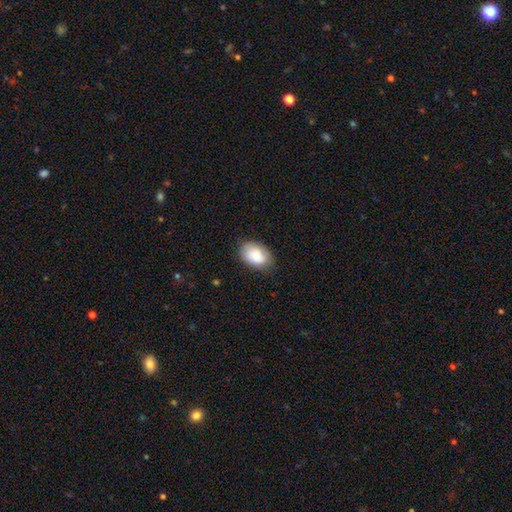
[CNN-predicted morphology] smooth_or_featured: smooth (p=0.87) [alt: featured or disk p=0.07]
how_rounded: in between (p=0.89) [alt: round p=0.10]
merging: none (p=0.80) [alt: minor disturbance p=0.16]